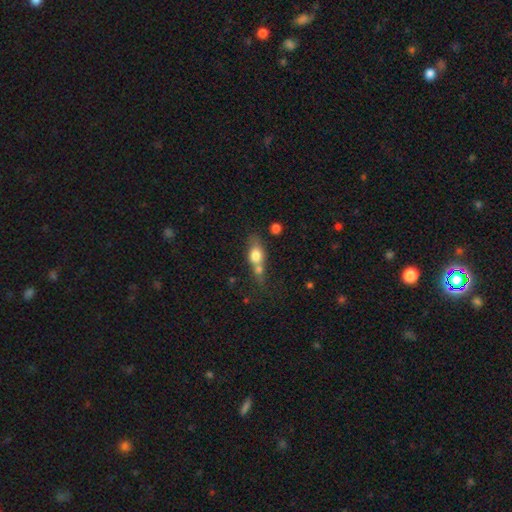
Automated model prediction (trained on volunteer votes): The model was most divided on "merging": merger: 47%, none: 30%, minor disturbance: 14%, major disturbance: 8%. More confident: smooth or featured — smooth (72%); how rounded — in between (63%).